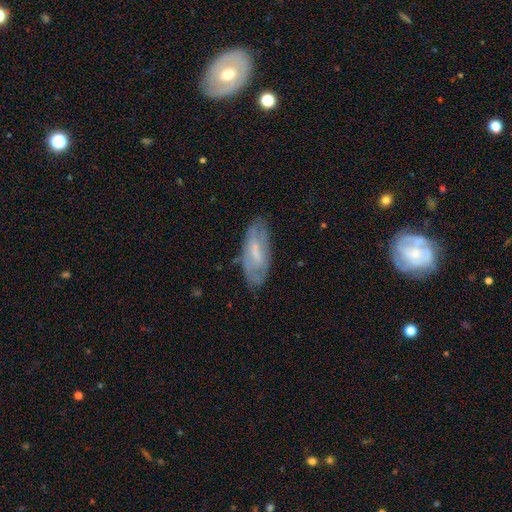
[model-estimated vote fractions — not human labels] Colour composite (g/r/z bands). It shows a featured or disk galaxy (53%). Merging: none (71%).